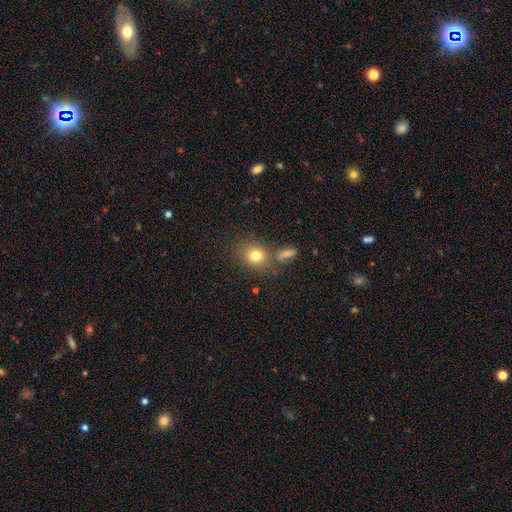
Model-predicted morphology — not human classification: smooth-or-featured: smooth: 77% | star or artifact: 13% | featured or disk: 10%
  how-rounded: round: 69% | in between: 30% | cigar-shaped: 1%
  merging: none: 68% | merger: 15% | minor disturbance: 12% | major disturbance: 5%